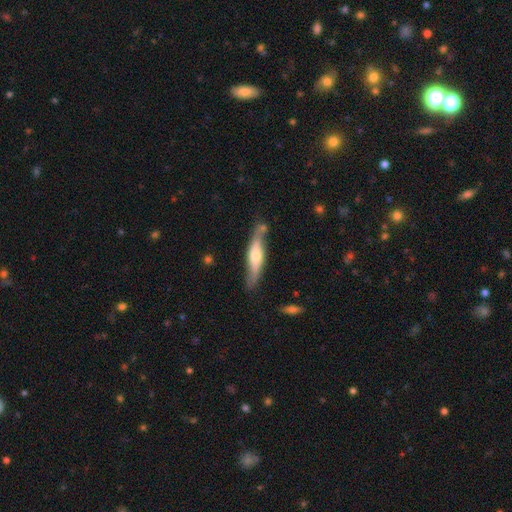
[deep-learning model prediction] smooth_or_featured: featured or disk (p=0.56) [alt: smooth p=0.38]
disk_edge_on: yes (p=0.77) [alt: no p=0.23]
merging: none (p=0.68) [alt: minor disturbance p=0.19]